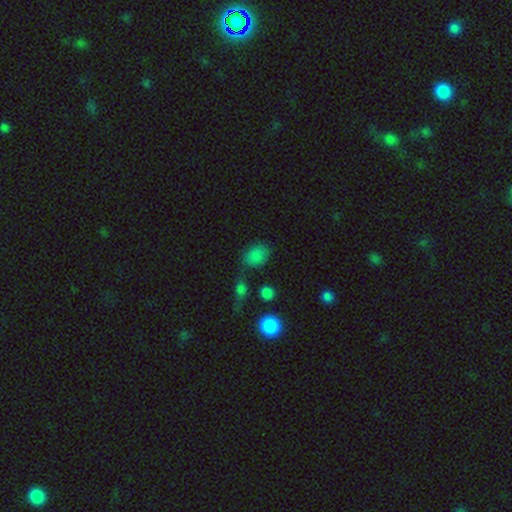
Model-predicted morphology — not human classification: Q: Smooth or featured?
A: smooth (81%); runner-up: star or artifact (13%)
Q: How rounded?
A: in between (62%); runner-up: round (36%)
Q: Merging?
A: none (63%); runner-up: minor disturbance (20%)